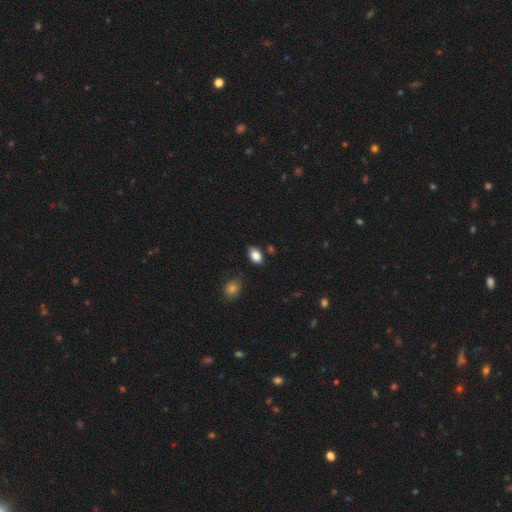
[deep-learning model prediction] This appears to be a smooth galaxy with no disk features (86%) that is in between round and cigar-shaped (89%). Merging: none (81%).